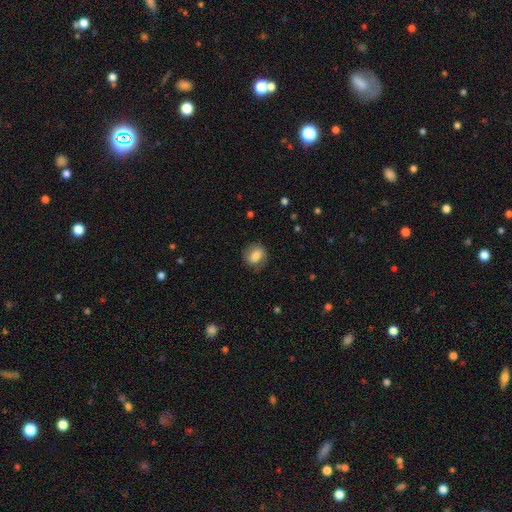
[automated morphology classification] This appears to be a smooth galaxy with no disk features (73%) that is round (56%). Merging: none (74%).